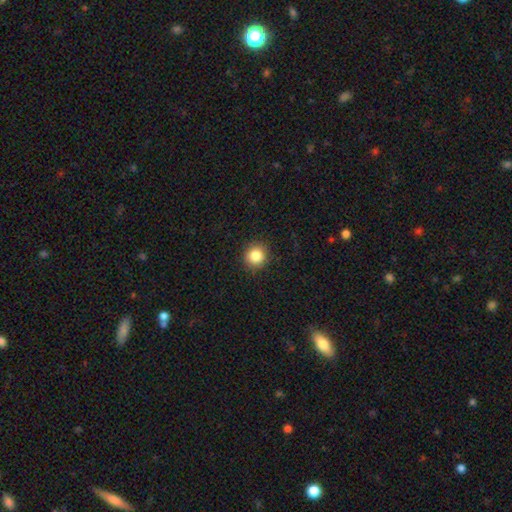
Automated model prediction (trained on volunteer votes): Smooth or featured? smooth (85%)
How rounded? round (92%)
Merging? none (91%)